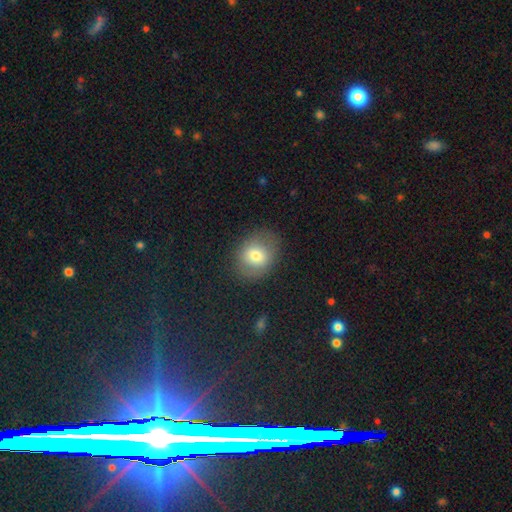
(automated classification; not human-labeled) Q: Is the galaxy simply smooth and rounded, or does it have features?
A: smooth — 72%.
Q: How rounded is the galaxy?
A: round — 55%.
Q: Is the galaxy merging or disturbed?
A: none — 80%.